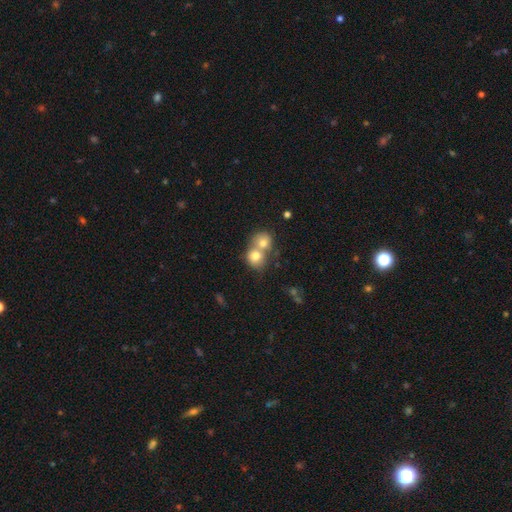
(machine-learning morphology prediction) smooth 75%, featured or disk 16%, star or artifact 9%. Down the decision tree: how rounded — round (72%); merging — merger (70%).